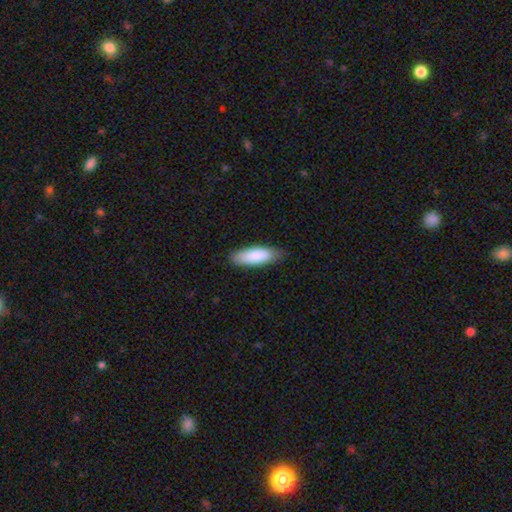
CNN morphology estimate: Q: Smooth or featured?
A: smooth (84%); runner-up: featured or disk (10%)
Q: How rounded?
A: in between (66%); runner-up: cigar-shaped (33%)
Q: Merging?
A: none (82%); runner-up: minor disturbance (15%)